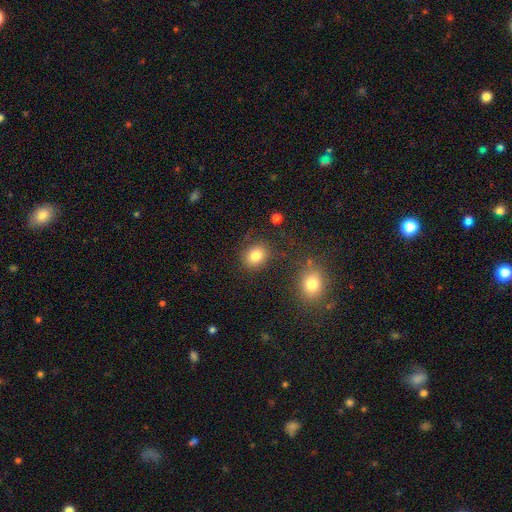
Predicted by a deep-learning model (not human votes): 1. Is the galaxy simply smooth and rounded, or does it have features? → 82% smooth, 11% star or artifact, 7% featured or disk.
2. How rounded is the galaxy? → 56% round, 43% in between, 1% cigar-shaped.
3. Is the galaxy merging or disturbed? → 80% none, 12% minor disturbance, 4% major disturbance, 4% merger.